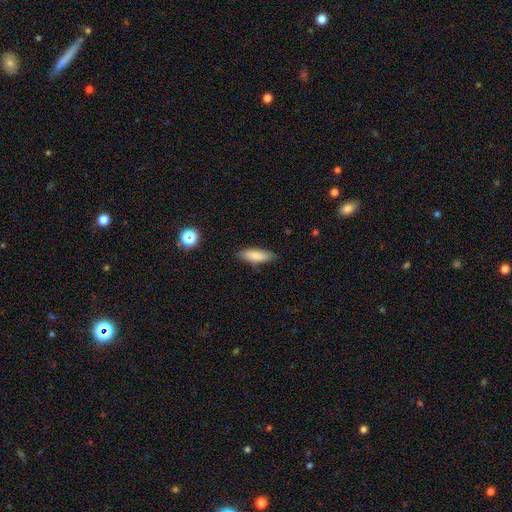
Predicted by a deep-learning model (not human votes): The model was most divided on "how rounded": in between: 63%, cigar-shaped: 35%, round: 2%. More confident: smooth or featured — smooth (84%); merging — none (83%).